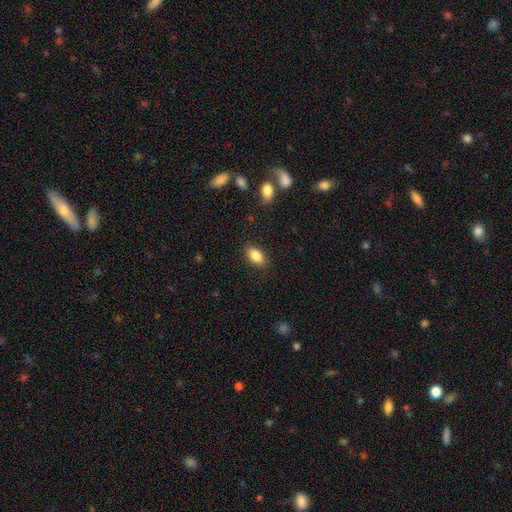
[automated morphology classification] Q: Smooth or featured?
A: smooth (86%); runner-up: star or artifact (8%)
Q: How rounded?
A: in between (88%); runner-up: round (9%)
Q: Merging?
A: none (86%); runner-up: minor disturbance (10%)